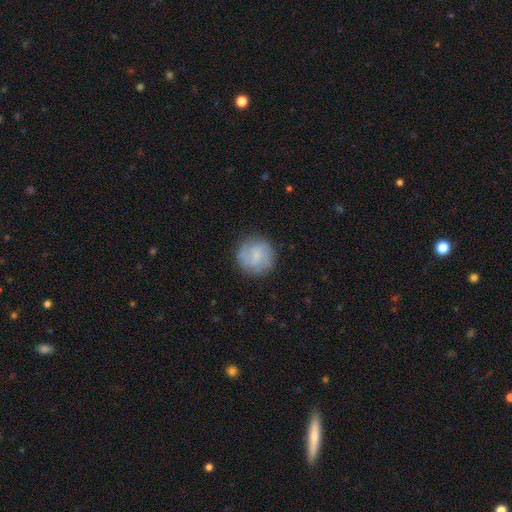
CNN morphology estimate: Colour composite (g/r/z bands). It shows a smooth galaxy with no disk features (57%) that is round (94%). Merging: none (82%).